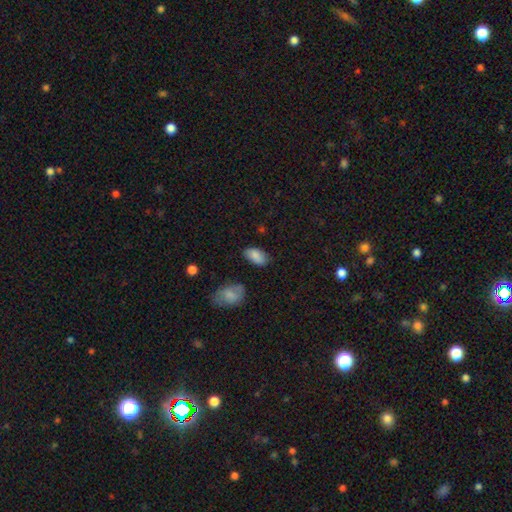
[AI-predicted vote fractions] Overall: smooth (85%). How rounded: in between (94%). Merging: none (76%).